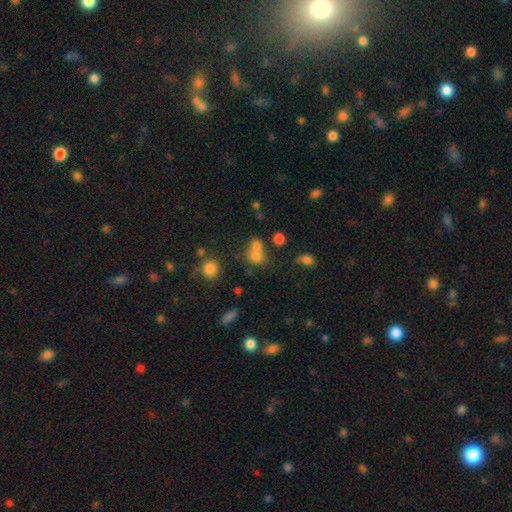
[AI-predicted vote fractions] This appears to be a smooth galaxy with no disk features (71%) that is round (60%). Merging: merger (49%).